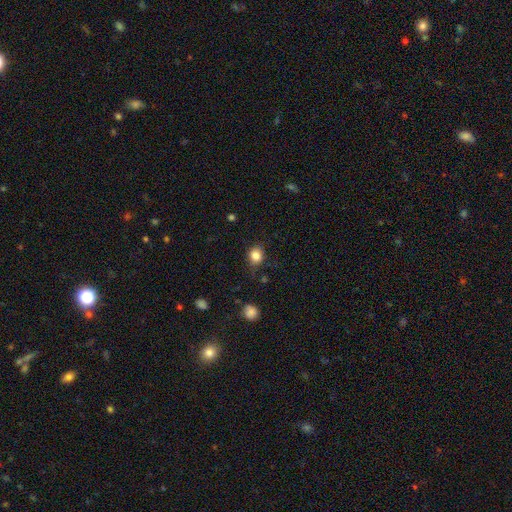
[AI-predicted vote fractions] Smooth or featured? Predicted: smooth (p=0.83). How rounded? Predicted: round (p=0.69). Merging? Predicted: none (p=0.78).